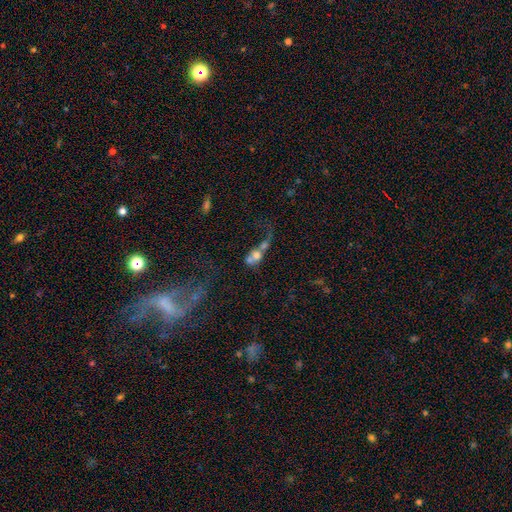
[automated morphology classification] type=smooth (56%); roundness=round (53%); merging=merger (68%).